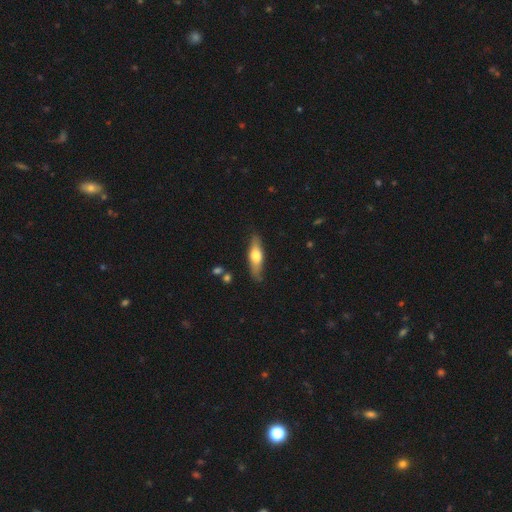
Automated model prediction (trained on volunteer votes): This appears to be a smooth galaxy with no disk features (50%) that is cigar-shaped (59%). Merging: none (82%).